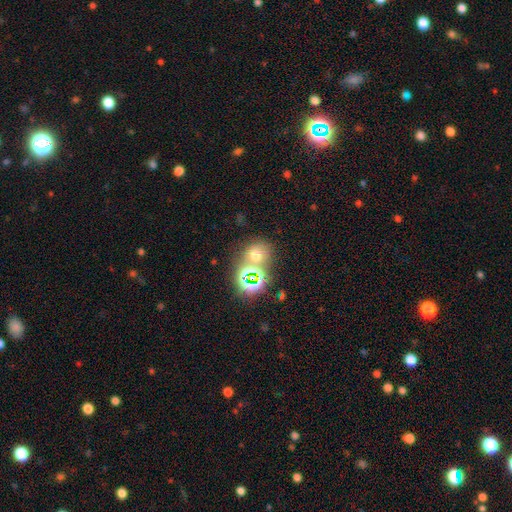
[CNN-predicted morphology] smooth 52%, star or artifact 36%, featured or disk 12%. Down the decision tree: how rounded — round (69%); merging — none (58%).